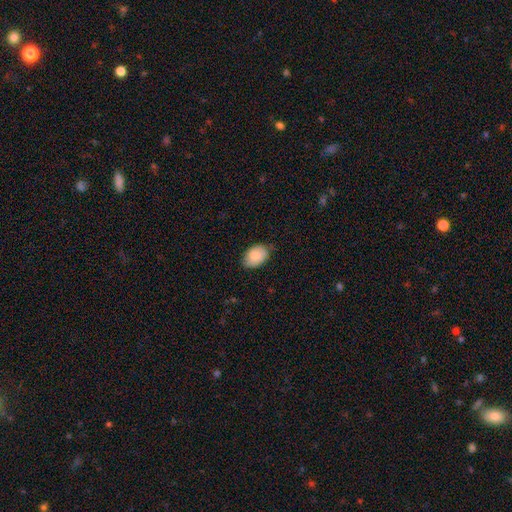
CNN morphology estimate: Smooth or featured? Predicted: smooth (p=0.86). How rounded? Predicted: in between (p=0.85). Merging? Predicted: none (p=0.75).